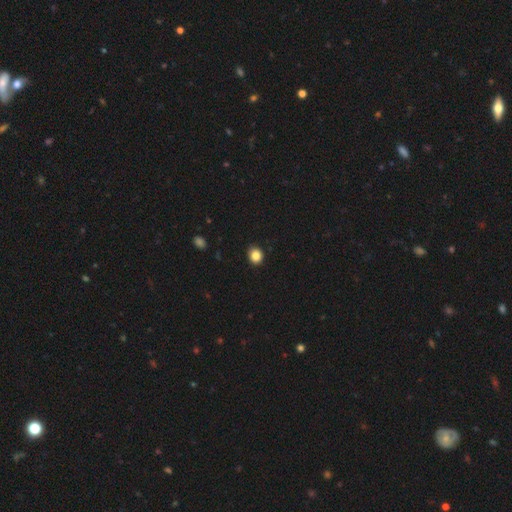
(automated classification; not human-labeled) A smooth galaxy with no disk features (85%) that is round (73%).

Vote fractions:
- Smooth or featured? smooth: 85% / star or artifact: 10% / featured or disk: 5%
- How rounded? round: 73% / in between: 26% / cigar-shaped: 1%
- Merging? none: 90% / minor disturbance: 8% / major disturbance: 2% / merger: 1%